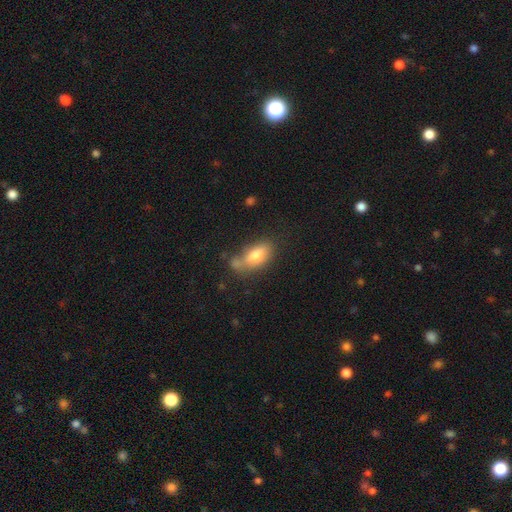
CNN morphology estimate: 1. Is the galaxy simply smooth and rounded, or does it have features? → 76% smooth, 15% featured or disk, 8% star or artifact.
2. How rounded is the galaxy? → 87% in between, 7% cigar-shaped, 5% round.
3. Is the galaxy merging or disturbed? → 48% none, 23% minor disturbance, 19% merger, 9% major disturbance.